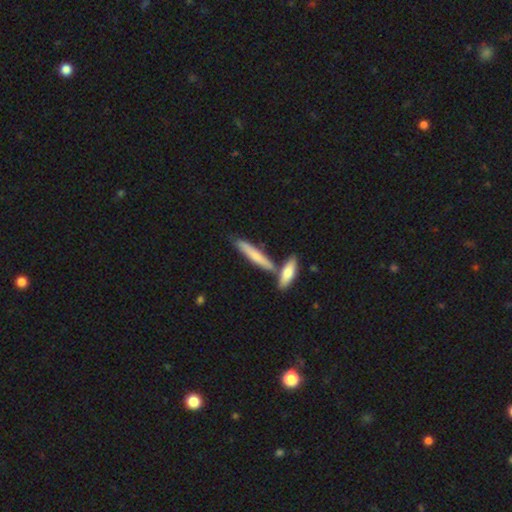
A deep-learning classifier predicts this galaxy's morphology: This appears to be a smooth galaxy with no disk features (67%) that is cigar-shaped (87%). Merging: none (65%).